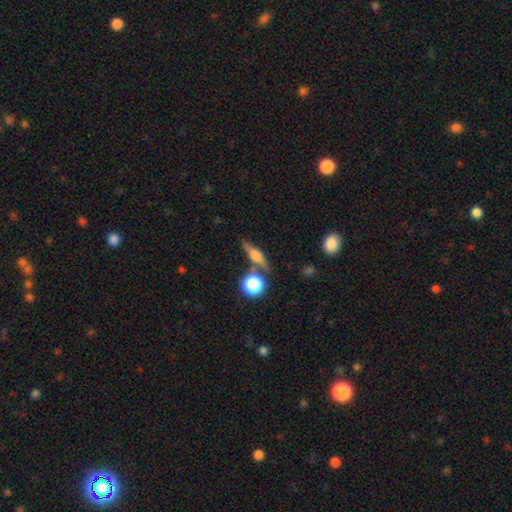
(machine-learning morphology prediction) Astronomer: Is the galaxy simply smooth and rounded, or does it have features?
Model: featured or disk — 54% (runner-up: smooth, 36%).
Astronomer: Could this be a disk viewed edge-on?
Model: yes — 92%.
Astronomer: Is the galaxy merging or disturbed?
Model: none — 72%.